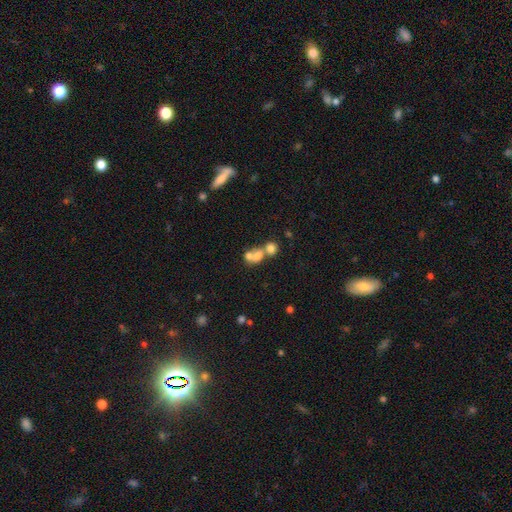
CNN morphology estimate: smooth_or_featured: smooth (p=0.65) [alt: featured or disk p=0.22]
how_rounded: round (p=0.57) [alt: in between p=0.41]
merging: merger (p=0.66) [alt: none p=0.23]